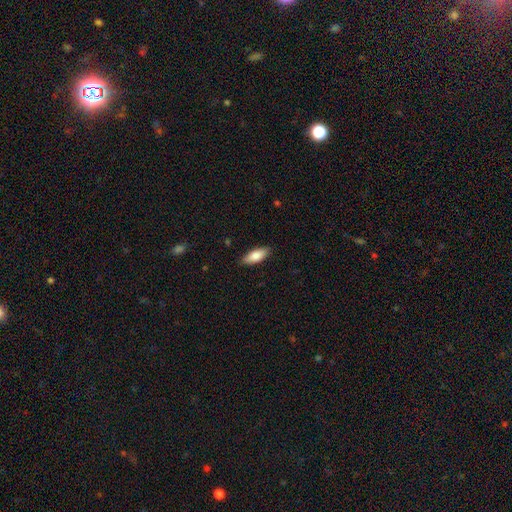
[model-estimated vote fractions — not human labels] smooth 83%, featured or disk 11%, star or artifact 6%. Down the decision tree: how rounded — in between (74%); merging — none (87%).